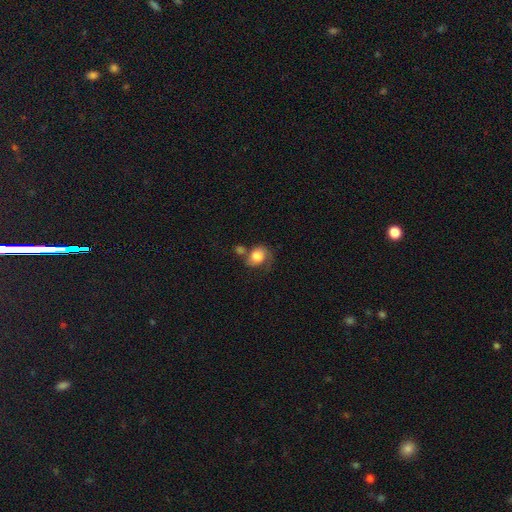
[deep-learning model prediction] smooth 70%, featured or disk 22%, star or artifact 8%. Down the decision tree: how rounded — round (58%); merging — none (31%).